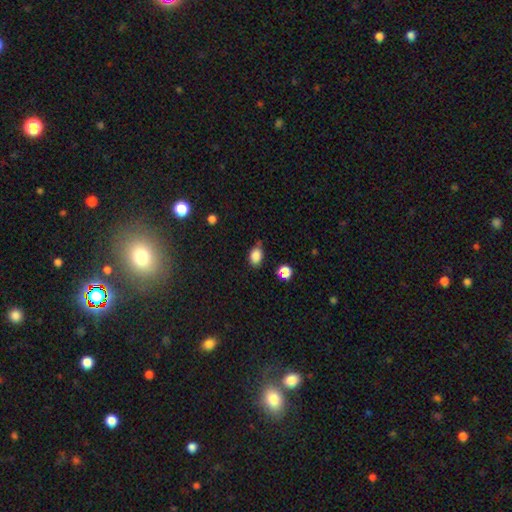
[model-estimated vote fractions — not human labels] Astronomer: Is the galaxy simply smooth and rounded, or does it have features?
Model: smooth — 85%.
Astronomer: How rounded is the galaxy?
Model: in between — 79%.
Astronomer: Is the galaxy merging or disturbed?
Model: none — 64%.